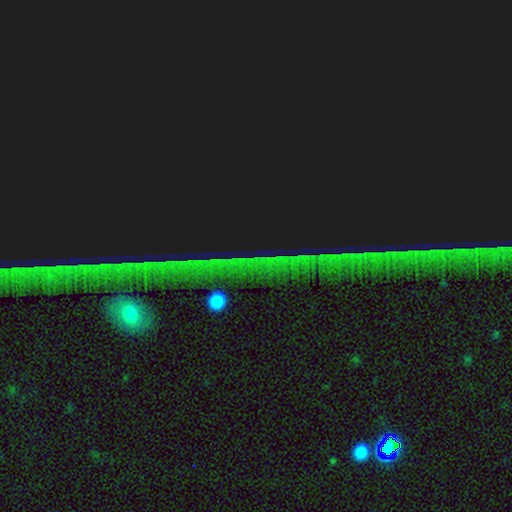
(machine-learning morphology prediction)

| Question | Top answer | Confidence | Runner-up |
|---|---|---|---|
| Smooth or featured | star or artifact | 86% | featured or disk (7%) |